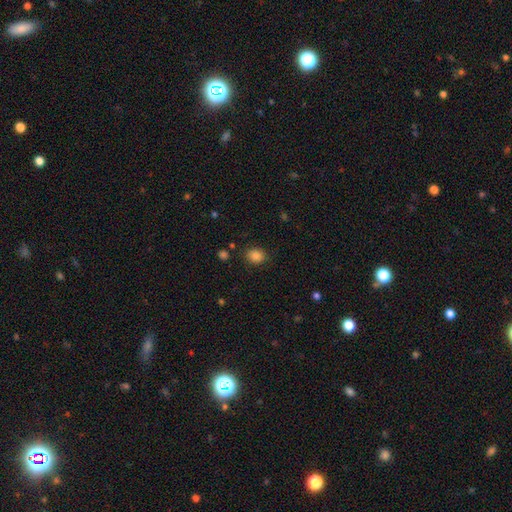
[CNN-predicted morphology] The model was most divided on "how rounded": round: 53%, in between: 46%, cigar-shaped: 1%. More confident: merging — none (85%); smooth or featured — smooth (84%).